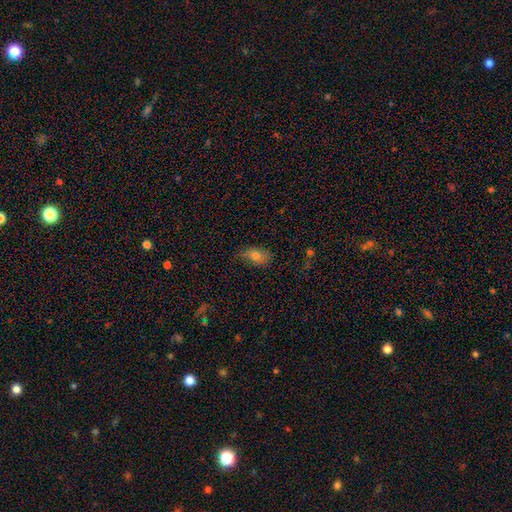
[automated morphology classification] smooth 76%, featured or disk 14%, star or artifact 11%. Down the decision tree: how rounded — in between (85%); merging — none (67%).